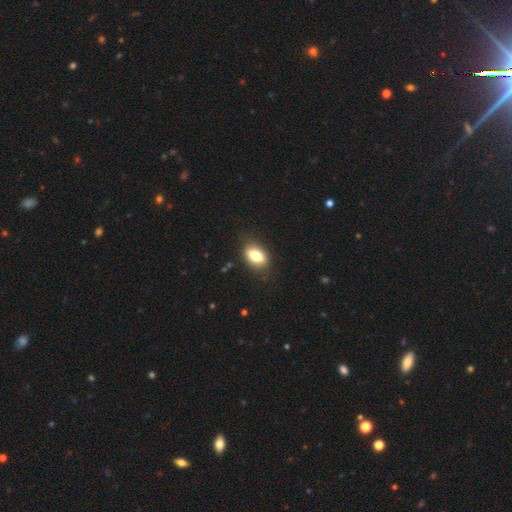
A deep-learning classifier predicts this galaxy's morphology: This is likely a smooth galaxy (79%). How rounded: clearly in between (88%). Merging: clearly none (80%).